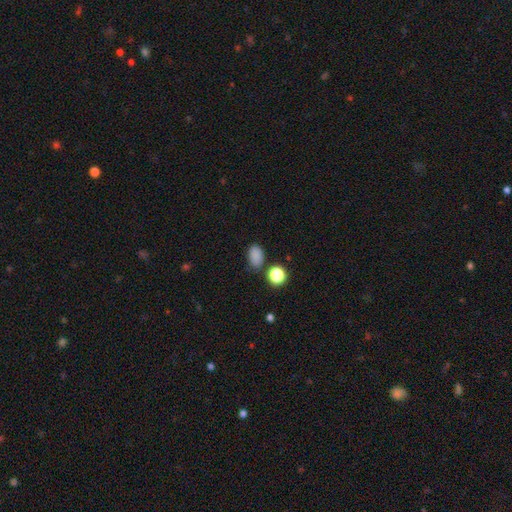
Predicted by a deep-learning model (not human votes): Q: Smooth or featured?
A: smooth (82%); runner-up: star or artifact (13%)
Q: How rounded?
A: in between (83%); runner-up: round (16%)
Q: Merging?
A: none (78%); runner-up: minor disturbance (13%)